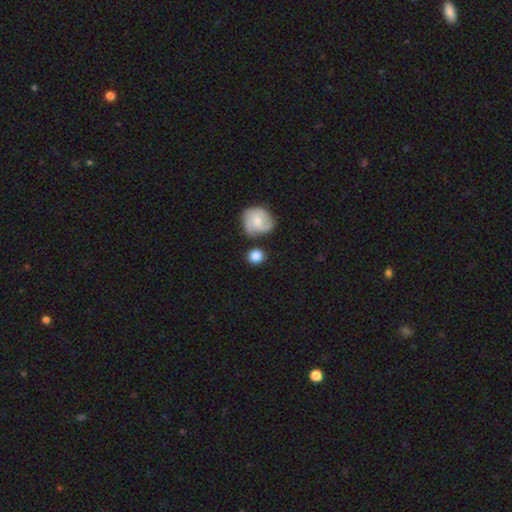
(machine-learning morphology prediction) Smooth or featured: smooth — 81% (featured or disk — 12%)
How rounded: round — 85% (in between — 14%)
Merging: none — 73% (minor disturbance — 14%)